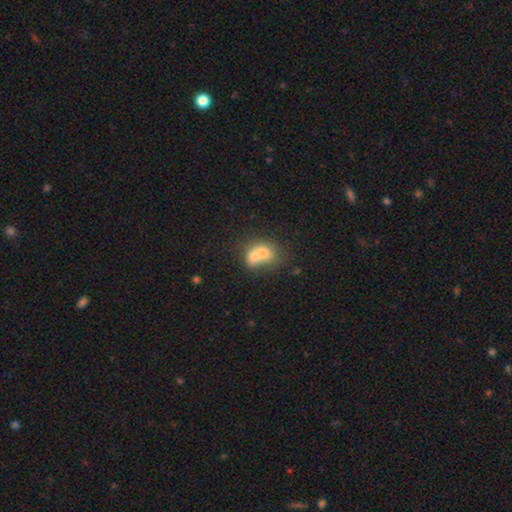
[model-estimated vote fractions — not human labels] Smooth or featured? Predicted: smooth (p=0.66). How rounded? Predicted: in between (p=0.57). Merging? Predicted: merger (p=0.70).